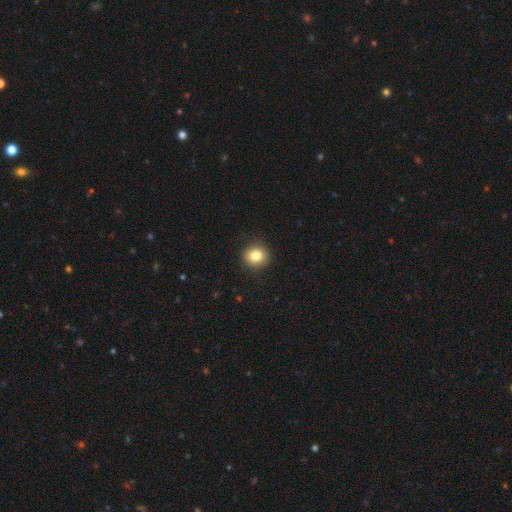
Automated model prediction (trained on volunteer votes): Overall: smooth (82%). How rounded: round (89%). Merging: none (91%).